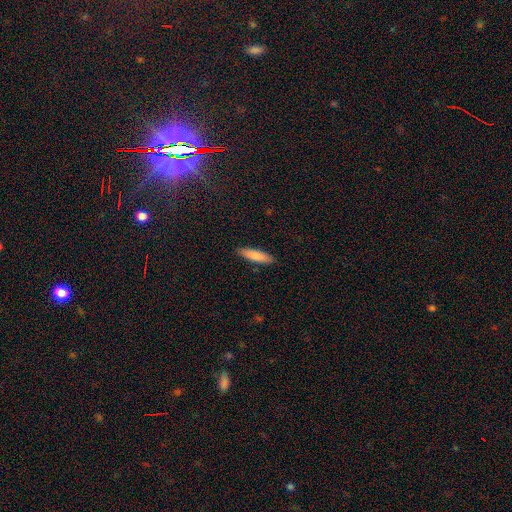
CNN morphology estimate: smooth 85%, featured or disk 10%, star or artifact 6%. Down the decision tree: how rounded — cigar-shaped (72%); merging — none (89%).